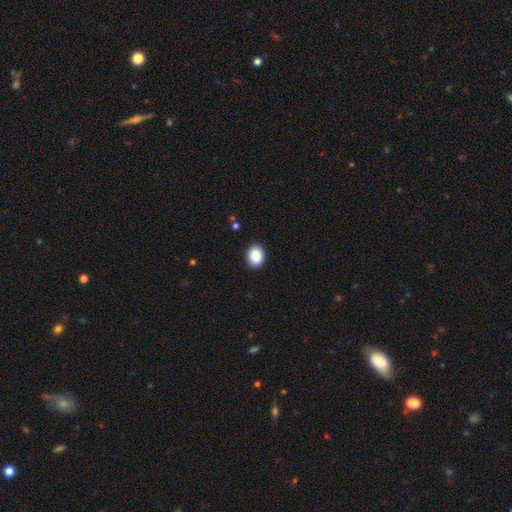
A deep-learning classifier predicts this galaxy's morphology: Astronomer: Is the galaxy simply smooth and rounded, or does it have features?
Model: smooth — 88%.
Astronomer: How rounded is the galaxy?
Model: in between — 59% (runner-up: round, 40%).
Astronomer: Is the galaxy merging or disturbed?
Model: none — 90%.